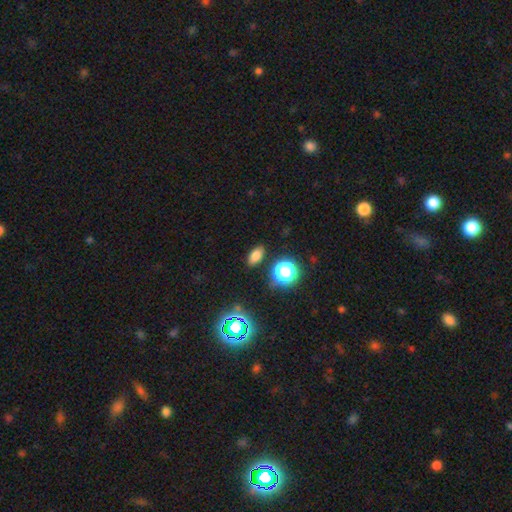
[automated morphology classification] Smooth or featured?
  - smooth: 73% *
  - star or artifact: 20%
  - featured or disk: 8%
How rounded?
  - in between: 83% *
  - round: 12%
  - cigar-shaped: 4%
Merging?
  - none: 87% *
  - minor disturbance: 9%
  - major disturbance: 3%
  - merger: 2%